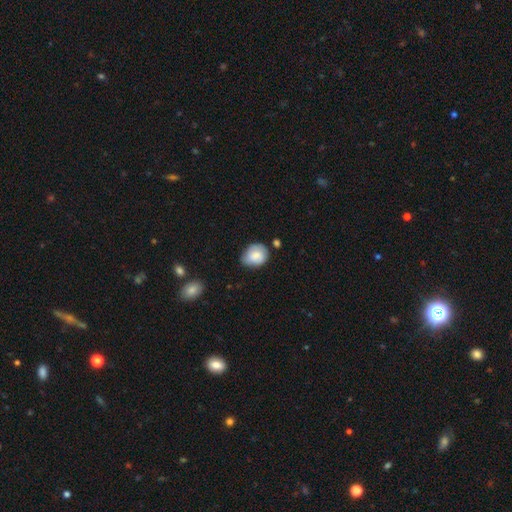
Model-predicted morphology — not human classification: The model was most divided on "how rounded": in between: 52%, round: 47%, cigar-shaped: 1%. More confident: smooth or featured — smooth (76%); merging — none (54%).